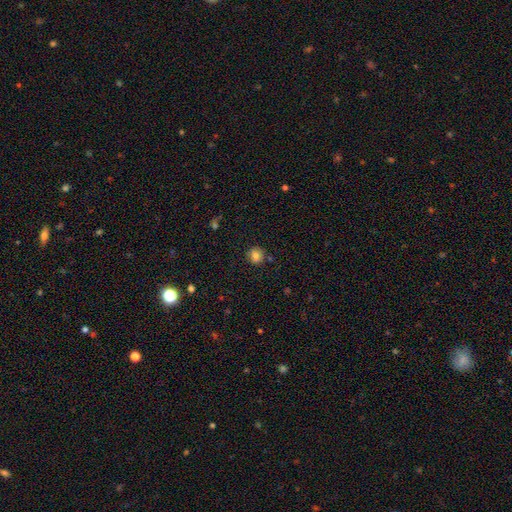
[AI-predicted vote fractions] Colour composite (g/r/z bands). It shows a smooth galaxy with no disk features (81%) that is round (89%). Merging: none (86%).